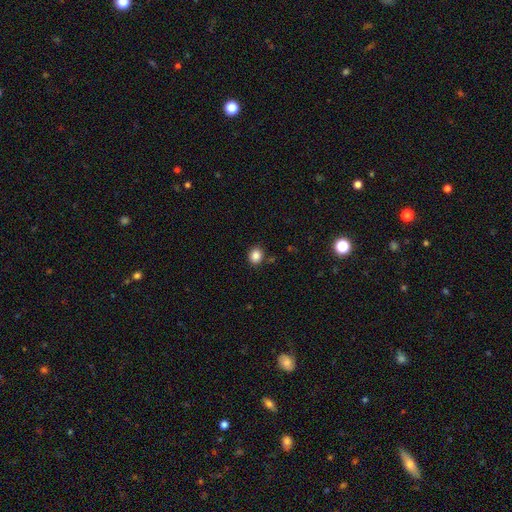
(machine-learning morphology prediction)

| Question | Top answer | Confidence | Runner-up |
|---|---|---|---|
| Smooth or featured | smooth | 86% | star or artifact (10%) |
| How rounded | round | 64% | in between (35%) |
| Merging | none | 86% | minor disturbance (9%) |